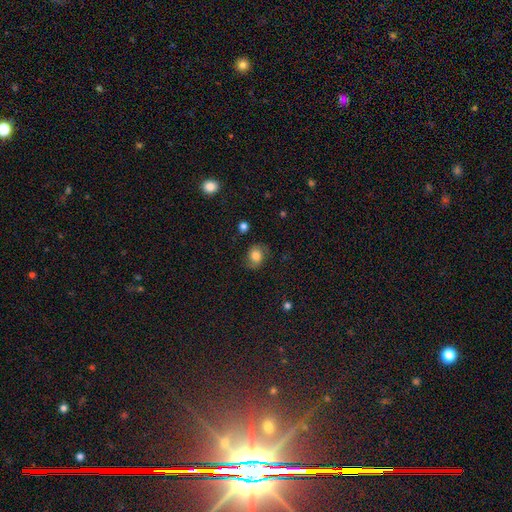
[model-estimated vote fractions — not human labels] This appears to be a smooth galaxy with no disk features (56%) that is round (53%). Merging: none (72%).